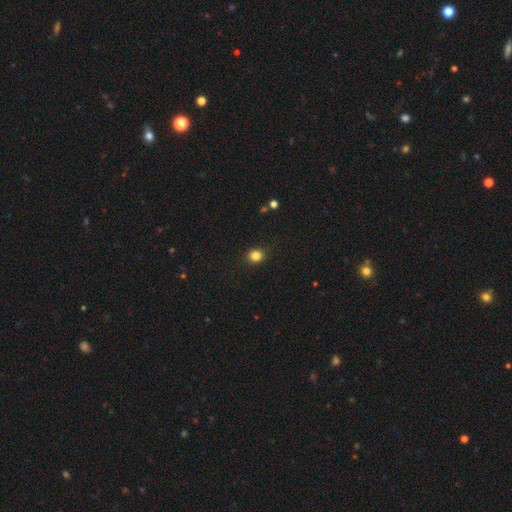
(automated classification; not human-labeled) Smooth or featured: smooth — 83% (star or artifact — 12%)
How rounded: round — 76% (in between — 23%)
Merging: none — 88% (minor disturbance — 8%)